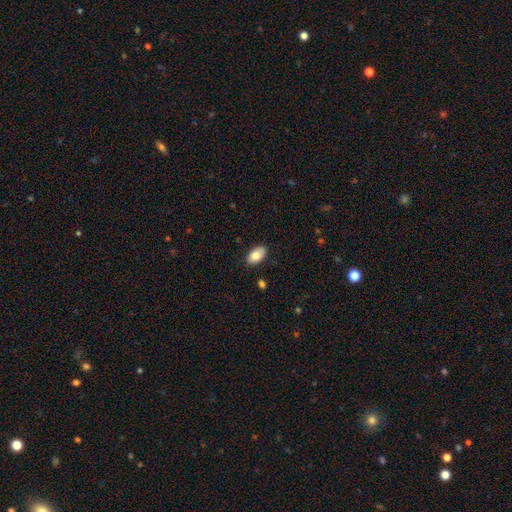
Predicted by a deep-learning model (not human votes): Smooth or featured: smooth — 79% (featured or disk — 14%)
How rounded: in between — 93% (round — 5%)
Merging: none — 85% (minor disturbance — 12%)